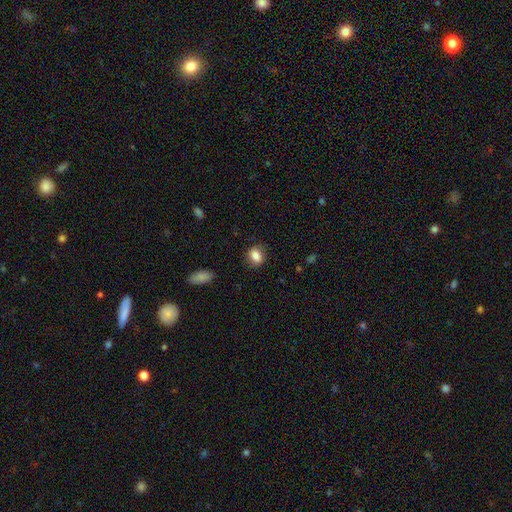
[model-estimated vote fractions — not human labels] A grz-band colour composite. It shows a smooth galaxy with no disk features (84%) that is in between round and cigar-shaped (55%). Merging: none (83%).